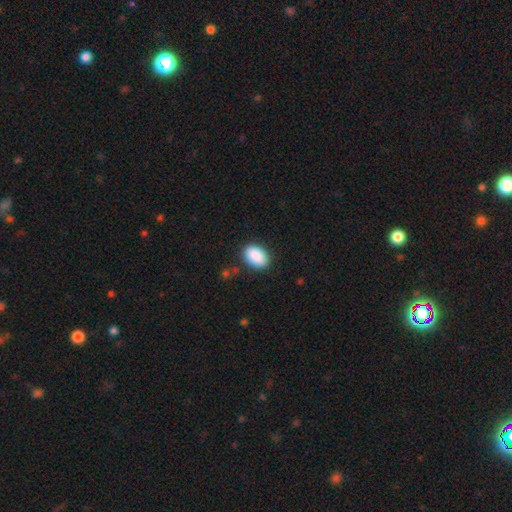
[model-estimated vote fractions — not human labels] Smooth or featured? smooth (90%)
How rounded? in between (87%)
Merging? none (86%)